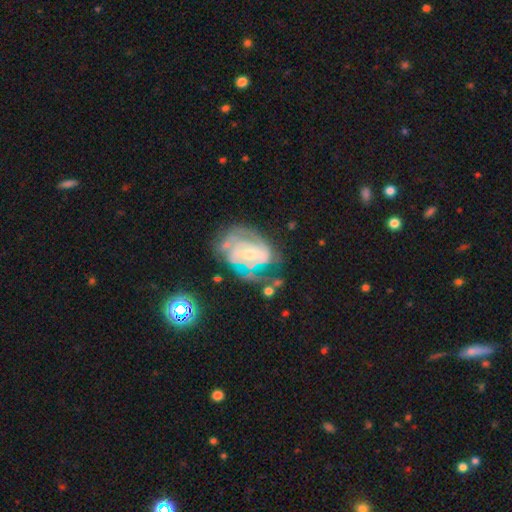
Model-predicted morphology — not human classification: This is clearly a featured or disk galaxy (80%). It is clearly not viewed edge-on (97%). Bar: possibly no (47%). Spiral arm pattern: clearly yes (88%). Spiral arm count: marginally can't tell (40%). Spiral winding: likely tight (60%). Central bulge: possibly small (59%). Merging: possibly none (52%).